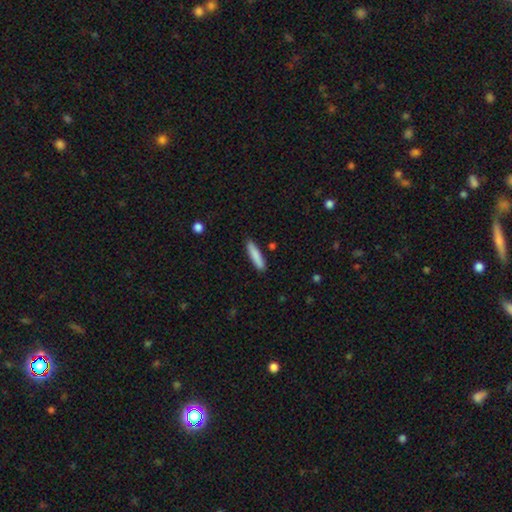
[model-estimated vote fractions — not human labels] smooth-or-featured: smooth: 85% | featured or disk: 9% | star or artifact: 6%
  how-rounded: cigar-shaped: 84% | in between: 15% | round: 1%
  merging: none: 87% | minor disturbance: 9% | major disturbance: 2% | merger: 2%